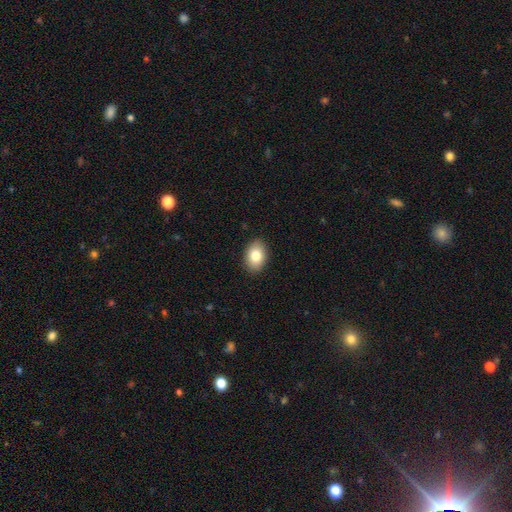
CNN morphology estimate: smooth_or_featured: smooth (p=0.82) [alt: featured or disk p=0.10]
how_rounded: in between (p=0.80) [alt: round p=0.19]
merging: none (p=0.90) [alt: minor disturbance p=0.08]